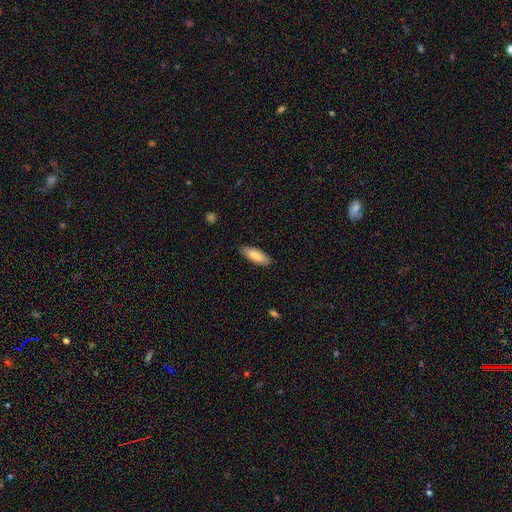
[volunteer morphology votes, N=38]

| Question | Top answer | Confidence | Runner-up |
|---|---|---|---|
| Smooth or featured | smooth | 87% | featured or disk (11%) |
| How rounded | in between | 61% | cigar-shaped (39%) |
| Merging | none | 89% | minor disturbance (8%) |